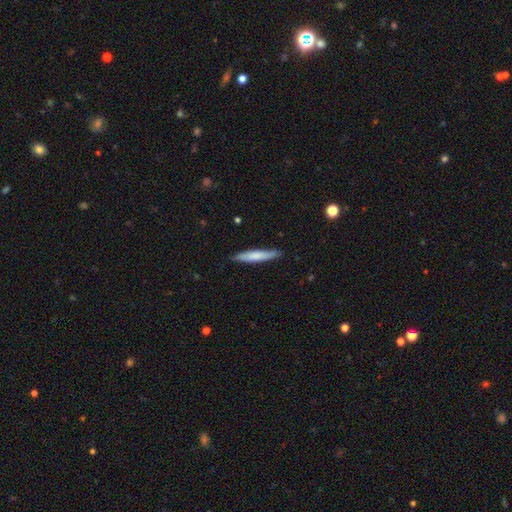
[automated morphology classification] type=smooth (71%); roundness=cigar-shaped (91%); merging=none (86%).